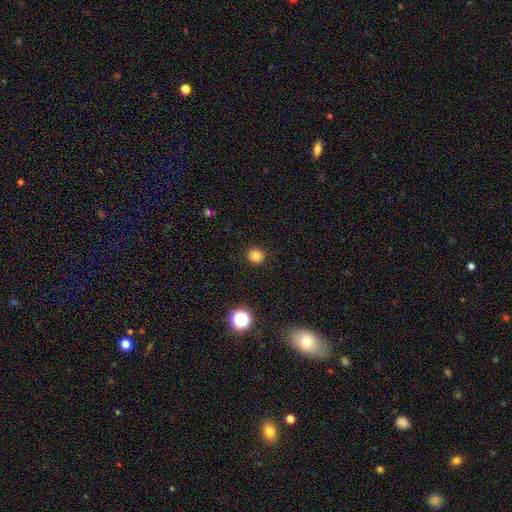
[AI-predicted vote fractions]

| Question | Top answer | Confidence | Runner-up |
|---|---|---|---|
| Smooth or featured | smooth | 82% | star or artifact (14%) |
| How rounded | round | 92% | in between (7%) |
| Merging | none | 91% | minor disturbance (6%) |